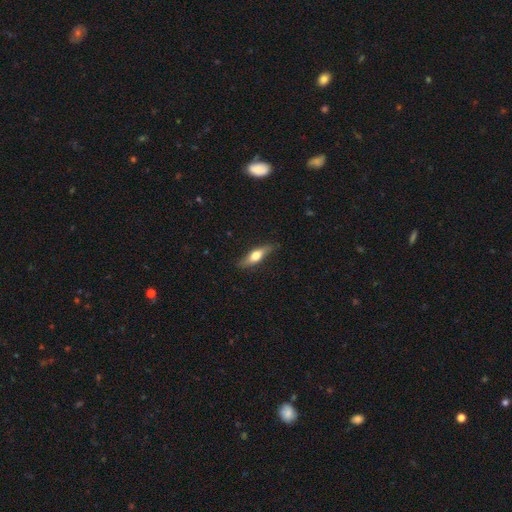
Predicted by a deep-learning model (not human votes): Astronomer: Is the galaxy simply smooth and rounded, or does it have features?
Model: smooth — 56% (runner-up: featured or disk, 38%).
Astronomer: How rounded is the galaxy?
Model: cigar-shaped — 53% (runner-up: in between, 44%).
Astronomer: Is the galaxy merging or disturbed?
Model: none — 79%.